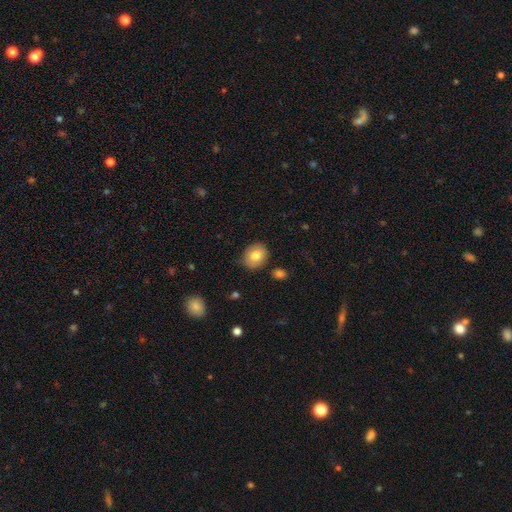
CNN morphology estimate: The model was most divided on "how rounded": in between: 51%, round: 49%, cigar-shaped: 1%. More confident: merging — none (85%); smooth or featured — smooth (79%).